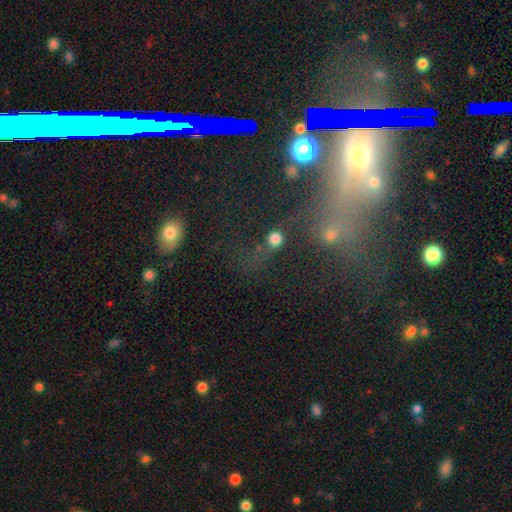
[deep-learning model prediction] Morphology: type=star or artifact (41%).